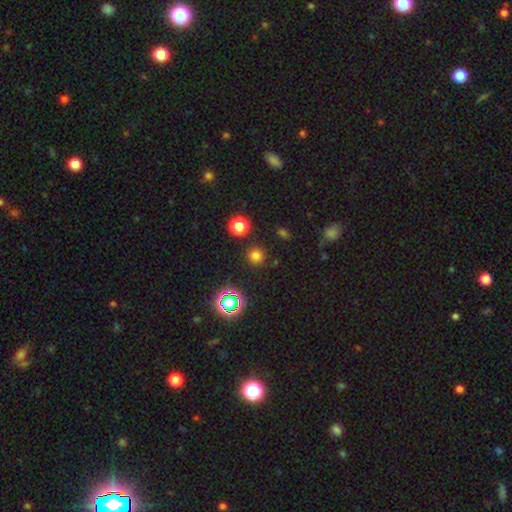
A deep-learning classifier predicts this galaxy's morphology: The model was most divided on "smooth or featured": smooth: 72%, star or artifact: 23%, featured or disk: 5%. More confident: how rounded — round (94%); merging — none (89%).